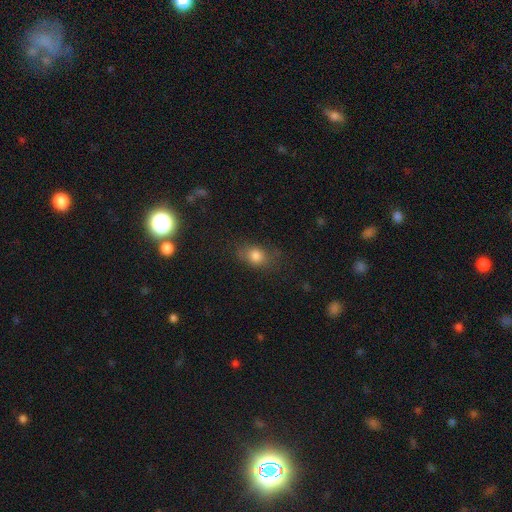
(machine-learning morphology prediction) Smooth or featured? smooth (79%)
How rounded? in between (66%)
Merging? none (70%)